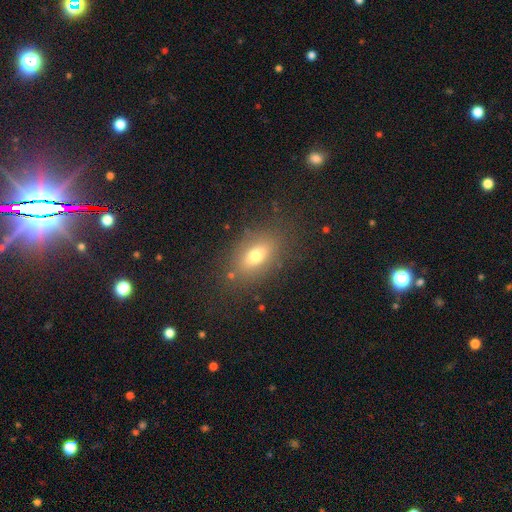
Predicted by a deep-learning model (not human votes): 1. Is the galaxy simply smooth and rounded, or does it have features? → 71% smooth, 18% featured or disk, 12% star or artifact.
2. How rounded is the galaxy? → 83% in between, 12% round, 6% cigar-shaped.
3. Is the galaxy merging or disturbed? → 81% none, 12% minor disturbance, 5% major disturbance, 2% merger.